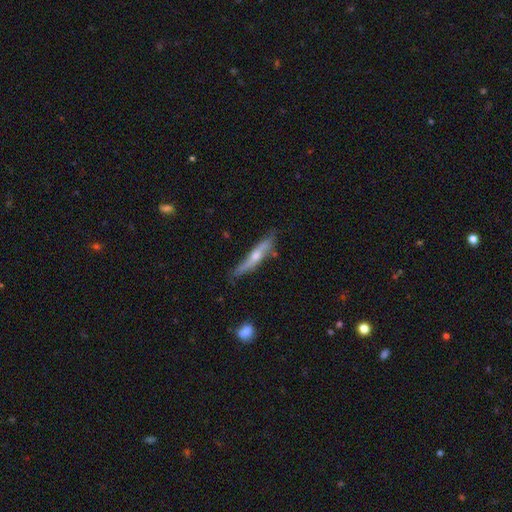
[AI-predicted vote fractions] featured or disk 60%, smooth 34%, star or artifact 6%. Down the decision tree: edge-on disk — yes (89%); edge-on bulge — rounded (85%); merging — none (72%).